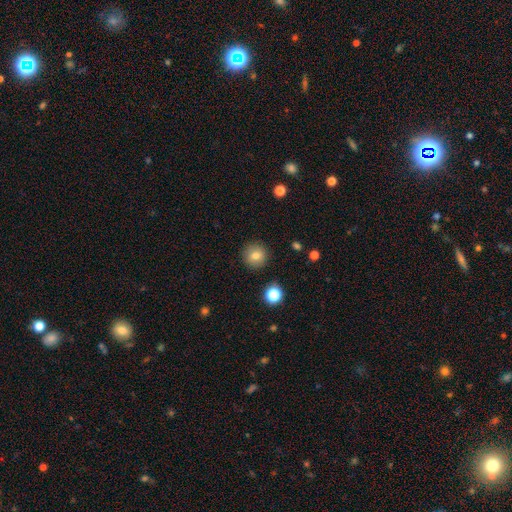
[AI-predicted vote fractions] This appears to be a smooth galaxy with no disk features (80%) that is round (94%). Merging: none (90%).